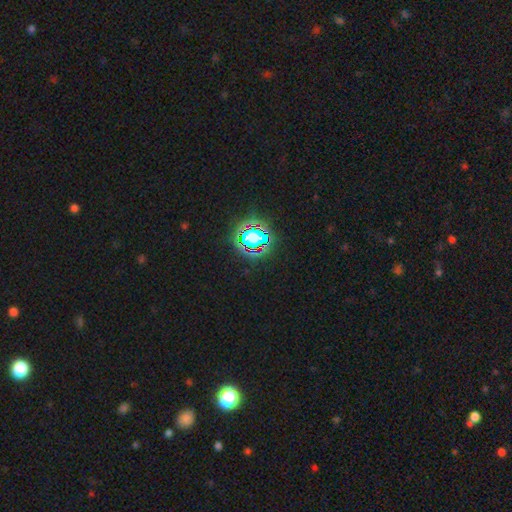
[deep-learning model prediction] The model was most divided on "smooth or featured": star or artifact: 80%, smooth: 13%, featured or disk: 7%.